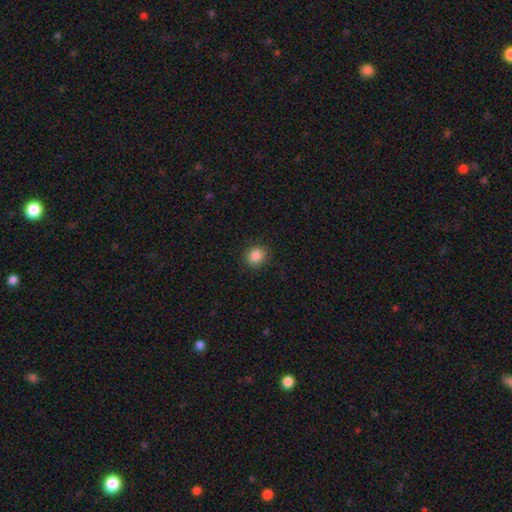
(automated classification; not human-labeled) A smooth galaxy with no disk features (86%) that is round (84%). Merging: none (88%).